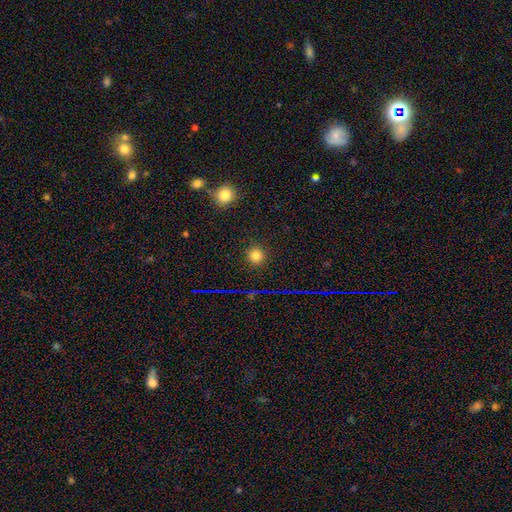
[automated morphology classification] Smooth or featured?
  - smooth: 77% *
  - star or artifact: 17%
  - featured or disk: 6%
How rounded?
  - round: 92% *
  - in between: 7%
  - cigar-shaped: 1%
Merging?
  - none: 91% *
  - minor disturbance: 6%
  - major disturbance: 2%
  - merger: 1%